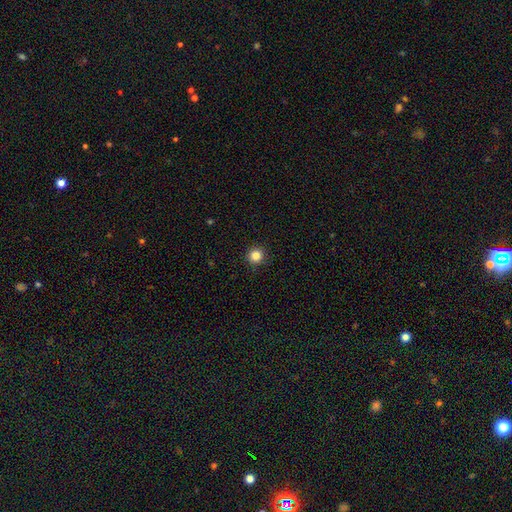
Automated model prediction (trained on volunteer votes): Smooth or featured?
  - smooth: 84% *
  - star or artifact: 12%
  - featured or disk: 4%
How rounded?
  - round: 95% *
  - in between: 4%
  - cigar-shaped: 1%
Merging?
  - none: 93% *
  - minor disturbance: 5%
  - major disturbance: 2%
  - merger: 1%